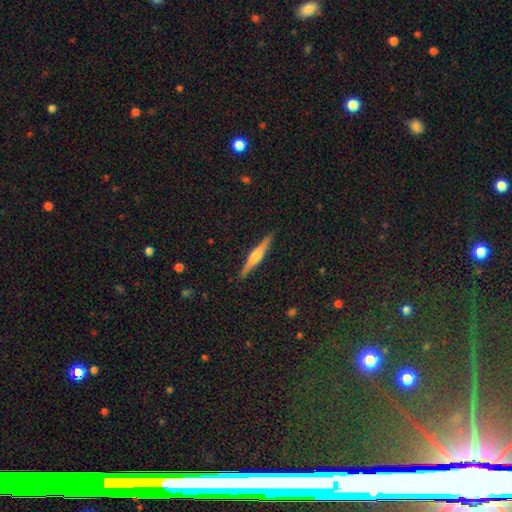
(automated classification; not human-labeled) A featured or disk galaxy (69%) viewed edge-on (98%) with a rounded central bulge (71%).

Vote fractions:
- Smooth or featured? featured or disk: 69% / smooth: 25% / star or artifact: 6%
- Edge-on disk? yes: 98% / no: 2%
- Edge-on bulge? rounded: 71% / boxy: 22% / none: 7%
- Merging? none: 90% / minor disturbance: 7% / major disturbance: 1% / merger: 1%